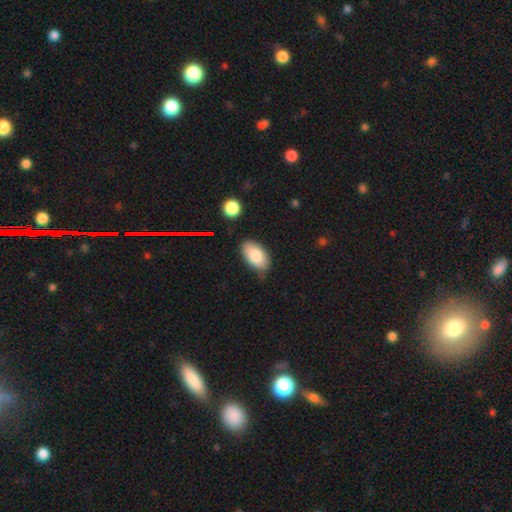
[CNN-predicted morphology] A smooth galaxy with no disk features (82%) that is in between round and cigar-shaped (94%). Merging: none (74%).